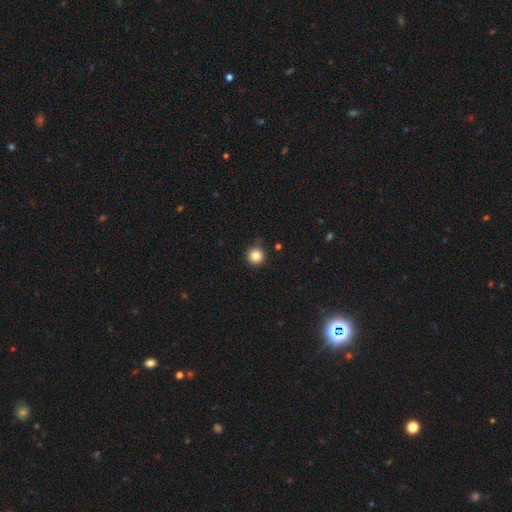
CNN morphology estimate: This is clearly a smooth galaxy (85%). How rounded: clearly round (95%). Merging: clearly none (84%).